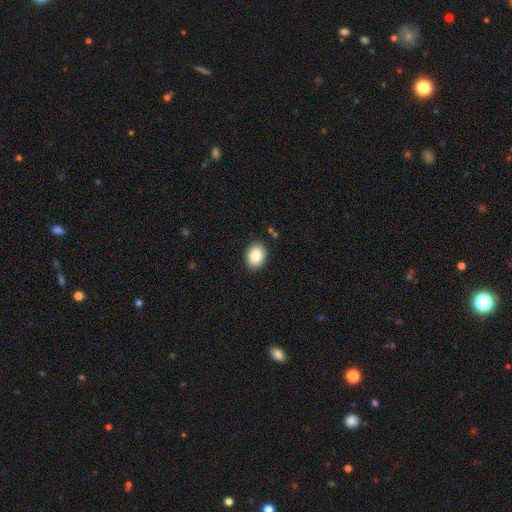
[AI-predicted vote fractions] Smooth or featured? Predicted: smooth (p=0.86). How rounded? Predicted: in between (p=0.71). Merging? Predicted: none (p=0.88).